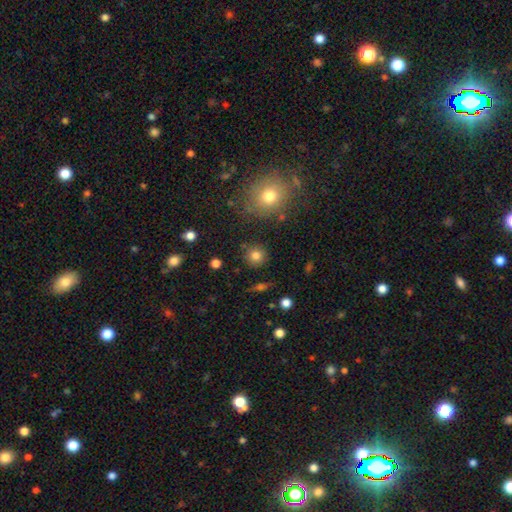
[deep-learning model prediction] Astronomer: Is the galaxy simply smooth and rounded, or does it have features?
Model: smooth — 80%.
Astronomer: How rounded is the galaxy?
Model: round — 93%.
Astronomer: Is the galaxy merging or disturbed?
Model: none — 88%.